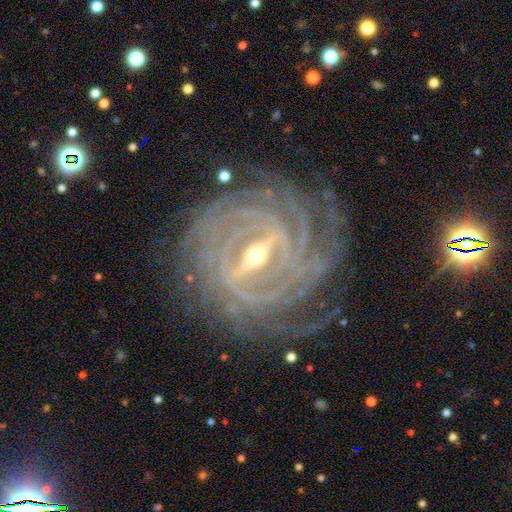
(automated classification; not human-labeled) Smooth or featured: featured or disk — 91% (star or artifact — 6%)
Edge-on disk: no — 95% (yes — 5%)
Bar: strong — 73% (weak — 21%)
Spiral arms: yes — 98% (no — 2%)
Spiral winding: tight — 85% (medium — 12%)
Spiral arm count: more than 4 — 31% (4 — 25%)
Bulge size: moderate — 51% (small — 45%)
Merging: none — 81% (minor disturbance — 12%)